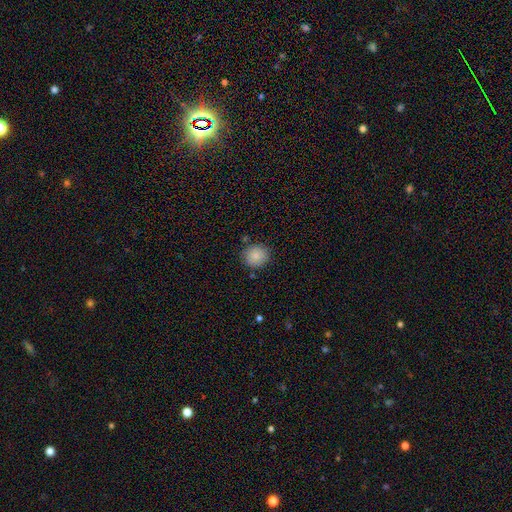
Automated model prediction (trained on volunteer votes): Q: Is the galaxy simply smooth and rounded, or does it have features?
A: smooth — 86%.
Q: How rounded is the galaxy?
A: round — 85%.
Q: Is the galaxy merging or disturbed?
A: none — 84%.